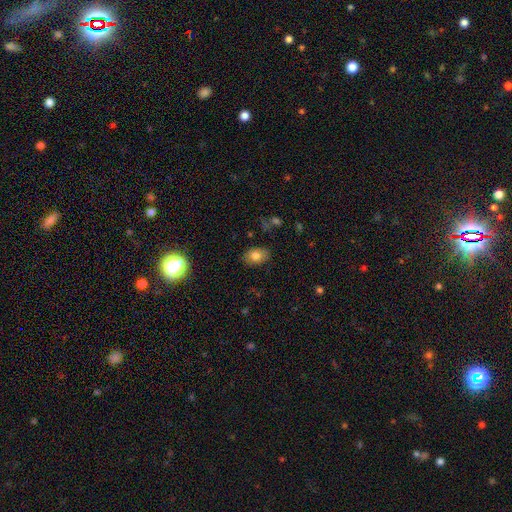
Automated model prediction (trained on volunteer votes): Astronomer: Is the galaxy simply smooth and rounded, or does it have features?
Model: smooth — 78%.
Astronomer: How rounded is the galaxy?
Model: in between — 80%.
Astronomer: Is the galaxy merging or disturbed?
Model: none — 84%.